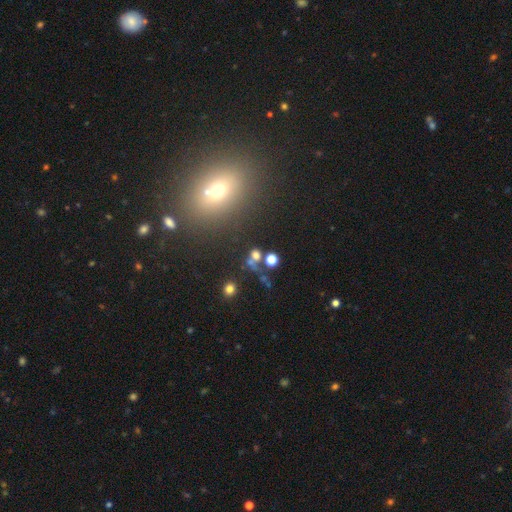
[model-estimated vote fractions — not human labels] Smooth or featured: smooth — 62% (star or artifact — 25%)
How rounded: round — 74% (in between — 24%)
Merging: none — 48% (merger — 31%)